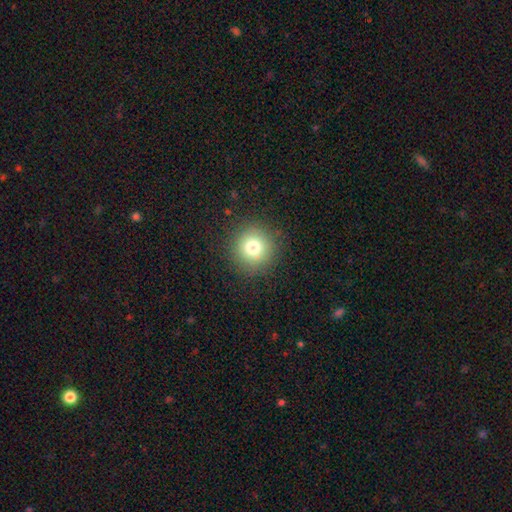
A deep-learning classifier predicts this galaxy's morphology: This is likely a smooth galaxy (75%). How rounded: clearly round (96%). Merging: clearly none (93%).